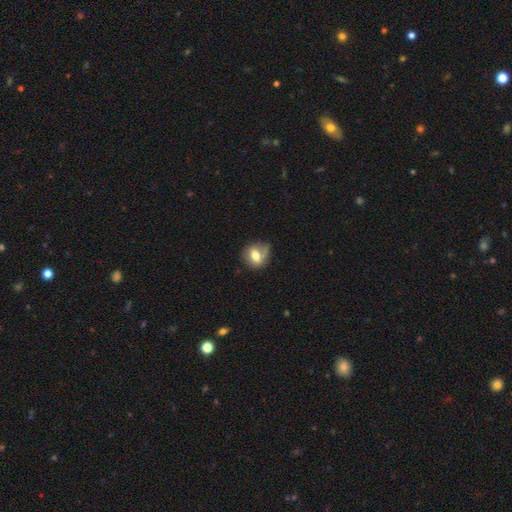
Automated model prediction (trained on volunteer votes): Morphology: type=smooth (67%); roundness=round (58%); merging=none (56%).